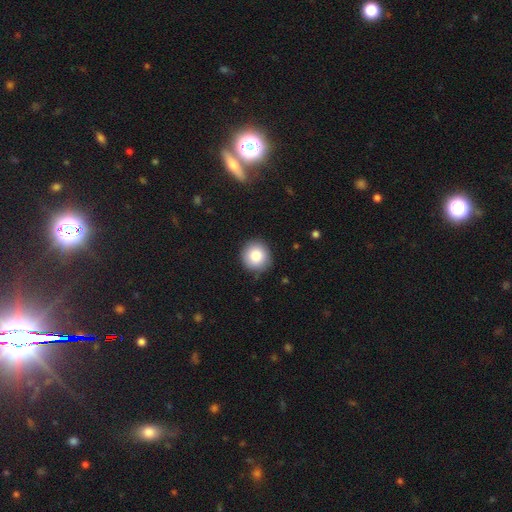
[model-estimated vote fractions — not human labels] Smooth or featured: smooth — 85% (star or artifact — 8%)
How rounded: round — 92% (in between — 7%)
Merging: none — 88% (minor disturbance — 9%)